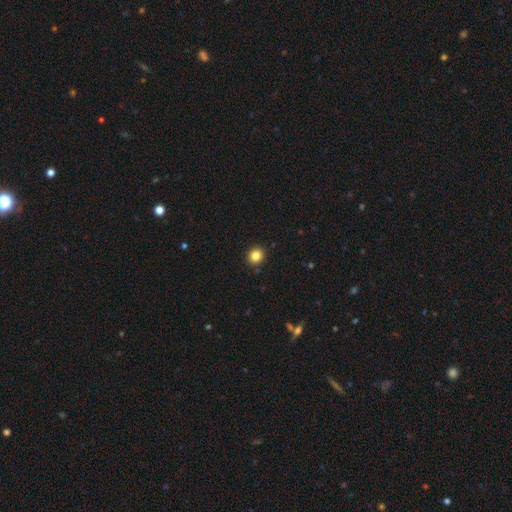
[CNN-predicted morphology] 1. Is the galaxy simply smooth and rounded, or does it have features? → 85% smooth, 11% star or artifact, 4% featured or disk.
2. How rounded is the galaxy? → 82% round, 17% in between, 1% cigar-shaped.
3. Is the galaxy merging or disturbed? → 92% none, 6% minor disturbance, 2% major disturbance, 1% merger.